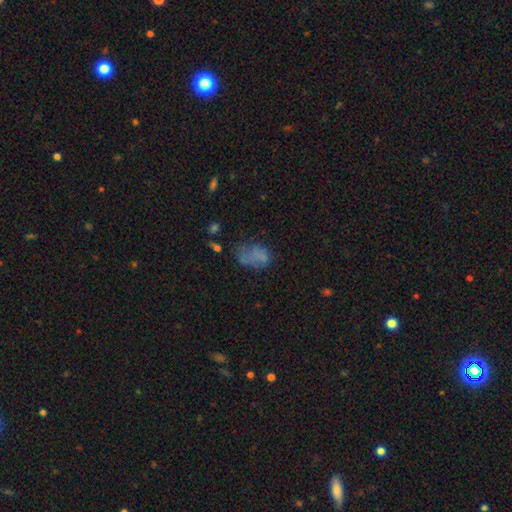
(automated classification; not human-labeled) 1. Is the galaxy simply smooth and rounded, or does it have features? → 59% smooth, 25% featured or disk, 16% star or artifact.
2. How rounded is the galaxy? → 84% in between, 14% round, 2% cigar-shaped.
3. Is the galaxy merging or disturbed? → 34% none, 32% major disturbance, 27% minor disturbance, 7% merger.